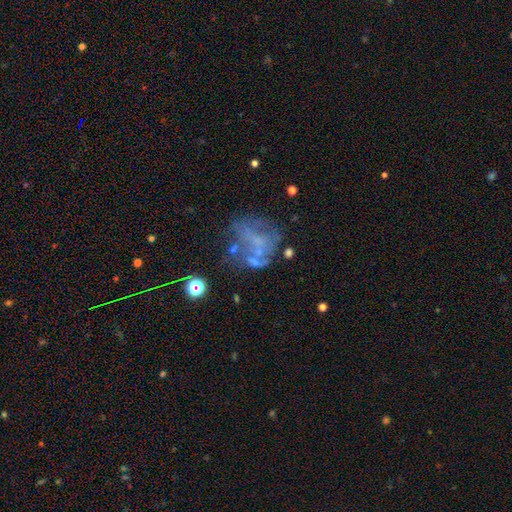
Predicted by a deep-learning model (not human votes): This is possibly a featured or disk galaxy (58%). It is clearly not viewed edge-on (98%). Bar: clearly no (84%). Spiral arm pattern: clearly no (83%). Central bulge: likely none (72%). Merging: marginally none (40%).